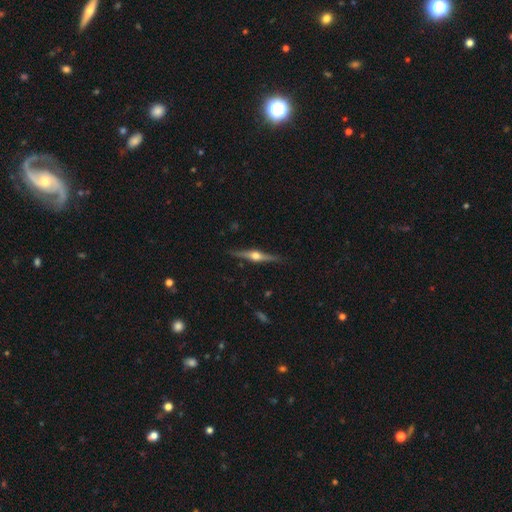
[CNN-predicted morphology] Smooth or featured? featured or disk (80%)
Edge-on disk? yes (98%)
Edge-on bulge? rounded (96%)
Merging? none (89%)